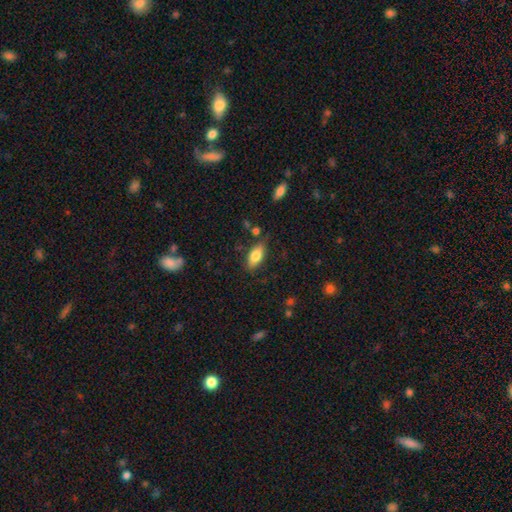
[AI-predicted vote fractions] smooth-or-featured: smooth: 77% | featured or disk: 16% | star or artifact: 7%
  how-rounded: in between: 84% | cigar-shaped: 13% | round: 3%
  merging: none: 78% | minor disturbance: 15% | major disturbance: 3% | merger: 3%